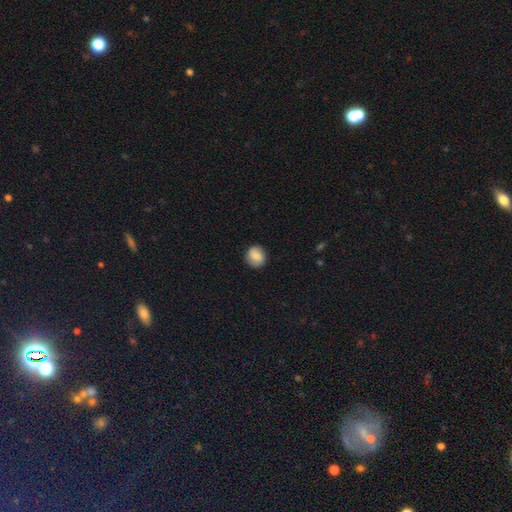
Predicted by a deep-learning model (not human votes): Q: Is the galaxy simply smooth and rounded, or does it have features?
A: smooth — 76%.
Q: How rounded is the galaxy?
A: round — 83%.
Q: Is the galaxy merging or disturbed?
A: none — 85%.